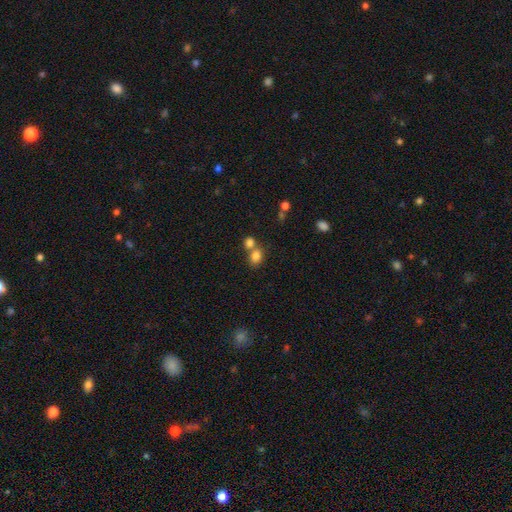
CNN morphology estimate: The model was most divided on "merging": merger: 45%, none: 43%, minor disturbance: 9%, major disturbance: 4%. More confident: smooth or featured — smooth (81%); how rounded — in between (55%).